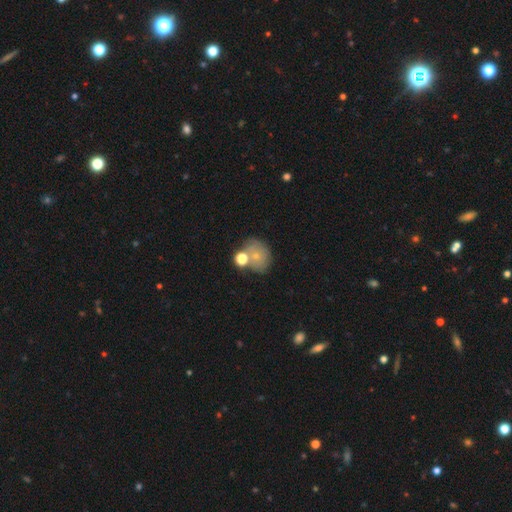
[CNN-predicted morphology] Overall: smooth (66%). How rounded: round (60%; in between 39%). Merging: none (47%; merger 29%).